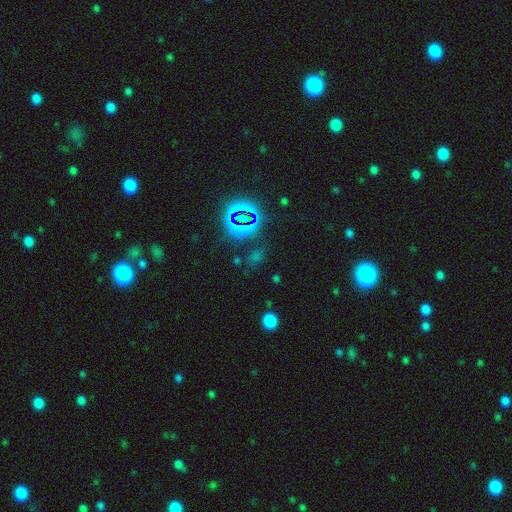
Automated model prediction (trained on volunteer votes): The model was most divided on "smooth or featured": star or artifact: 68%, smooth: 22%, featured or disk: 10%.